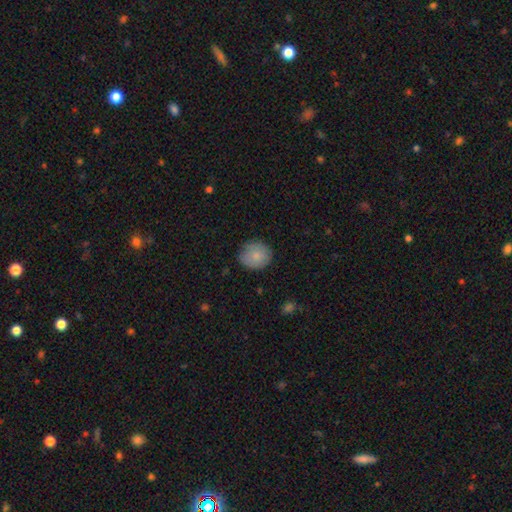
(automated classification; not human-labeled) Overall: smooth (82%). How rounded: round (83%). Merging: none (78%).